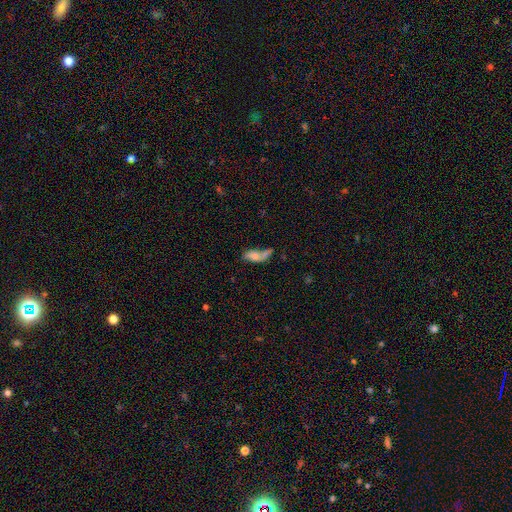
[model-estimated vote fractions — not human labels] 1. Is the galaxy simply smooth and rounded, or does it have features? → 55% smooth, 35% featured or disk, 10% star or artifact.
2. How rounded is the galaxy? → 79% in between, 16% cigar-shaped, 5% round.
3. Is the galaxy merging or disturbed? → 32% merger, 27% none, 21% major disturbance, 20% minor disturbance.